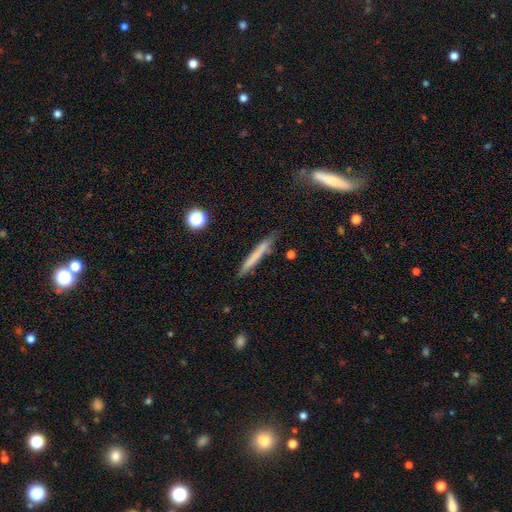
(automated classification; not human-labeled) Smooth or featured? smooth (66%)
How rounded? cigar-shaped (96%)
Merging? none (82%)